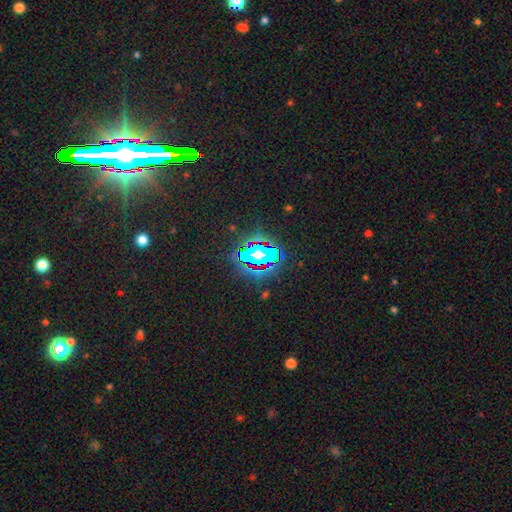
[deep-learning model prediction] Smooth or featured?
  - star or artifact: 81% *
  - smooth: 10%
  - featured or disk: 9%